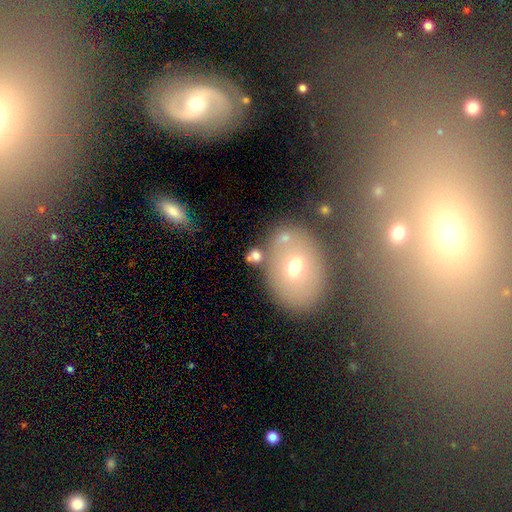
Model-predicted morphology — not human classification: Q: Smooth or featured?
A: smooth (60%); runner-up: featured or disk (27%)
Q: How rounded?
A: in between (60%); runner-up: round (39%)
Q: Merging?
A: none (63%); runner-up: minor disturbance (14%)